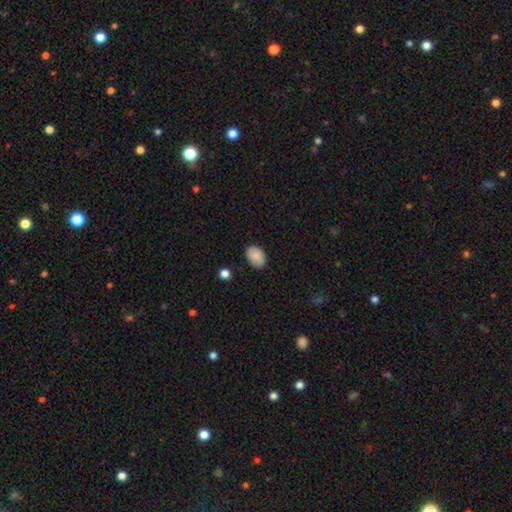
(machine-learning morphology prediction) type=smooth (87%); roundness=in between (85%); merging=none (83%).